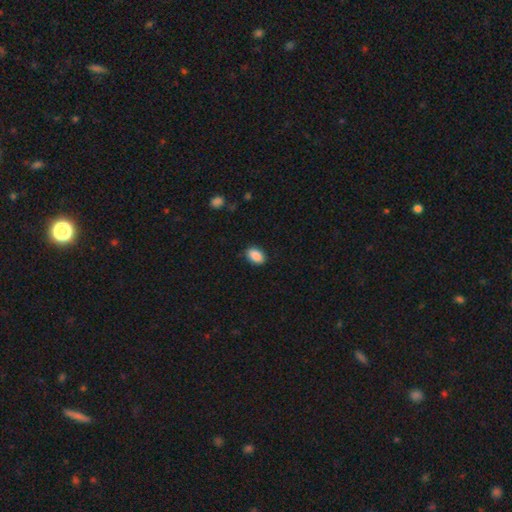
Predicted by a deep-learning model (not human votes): Morphology: type=smooth (89%); roundness=in between (87%); merging=none (87%).